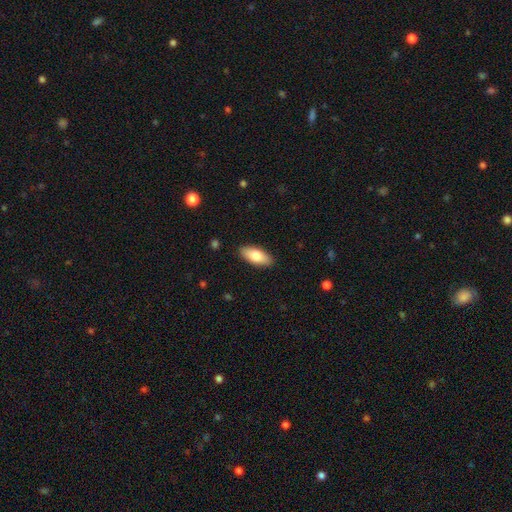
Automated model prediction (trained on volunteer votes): Smooth or featured? Predicted: smooth (p=0.78). How rounded? Predicted: in between (p=0.86). Merging? Predicted: none (p=0.89).